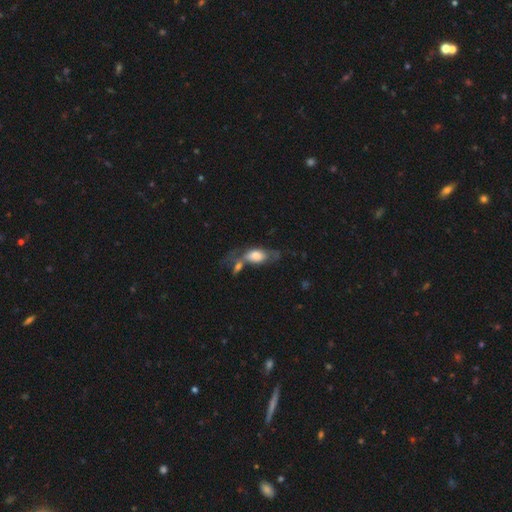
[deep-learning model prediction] Smooth or featured? smooth (58%)
How rounded? in between (83%)
Merging? merger (34%)